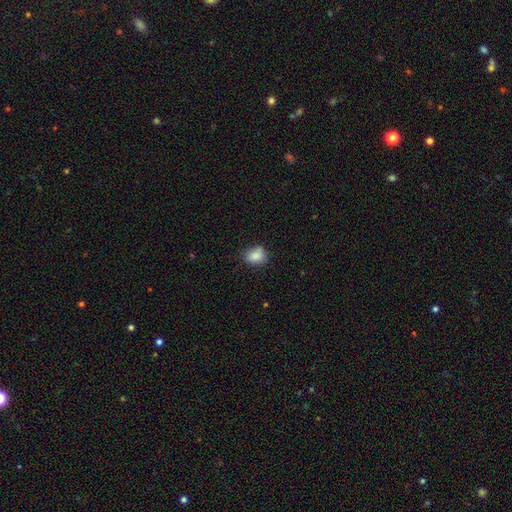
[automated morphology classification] smooth_or_featured: smooth (p=0.85) [alt: star or artifact p=0.09]
how_rounded: in between (p=0.62) [alt: round p=0.37]
merging: none (p=0.68) [alt: minor disturbance p=0.25]